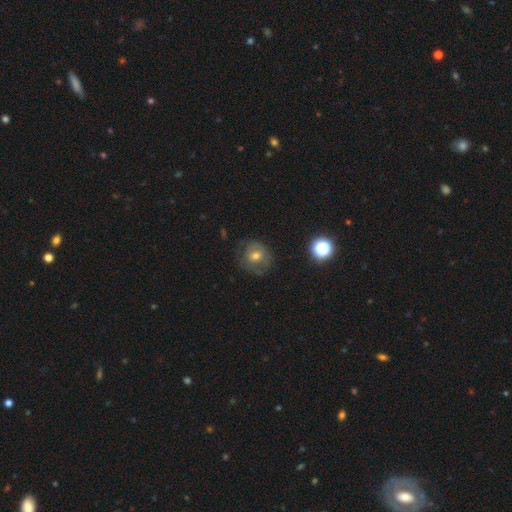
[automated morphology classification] smooth 52%, featured or disk 36%, star or artifact 12%. Down the decision tree: how rounded — round (80%); merging — none (63%).